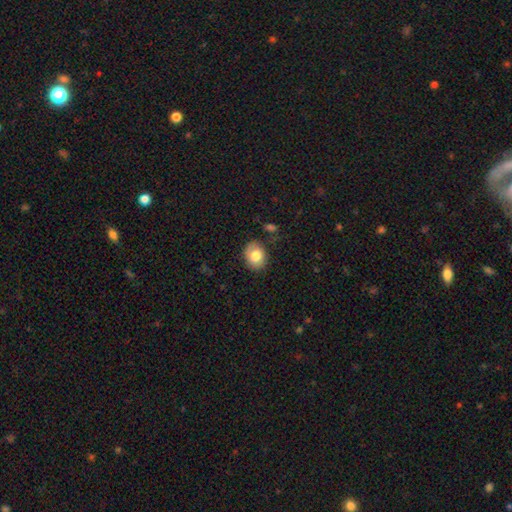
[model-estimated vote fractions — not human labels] Smooth or featured?
  - smooth: 79% *
  - featured or disk: 13%
  - star or artifact: 8%
How rounded?
  - in between: 61% *
  - round: 39%
  - cigar-shaped: 1%
Merging?
  - none: 82% *
  - minor disturbance: 13%
  - major disturbance: 3%
  - merger: 2%